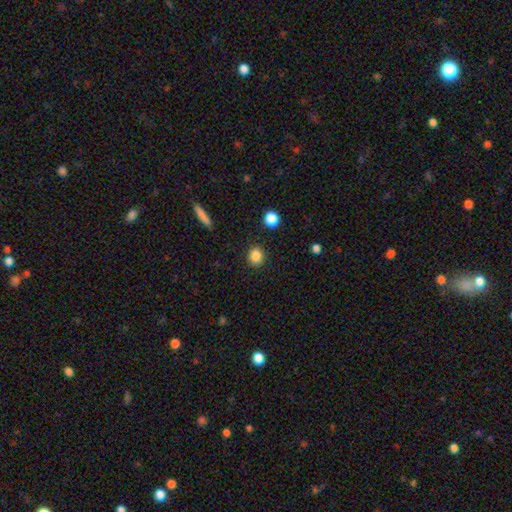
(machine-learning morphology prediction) A smooth galaxy with no disk features (86%) that is round (76%).

Vote fractions:
- Smooth or featured? smooth: 86% / star or artifact: 10% / featured or disk: 4%
- How rounded? round: 76% / in between: 23% / cigar-shaped: 1%
- Merging? none: 89% / minor disturbance: 7% / major disturbance: 2% / merger: 2%